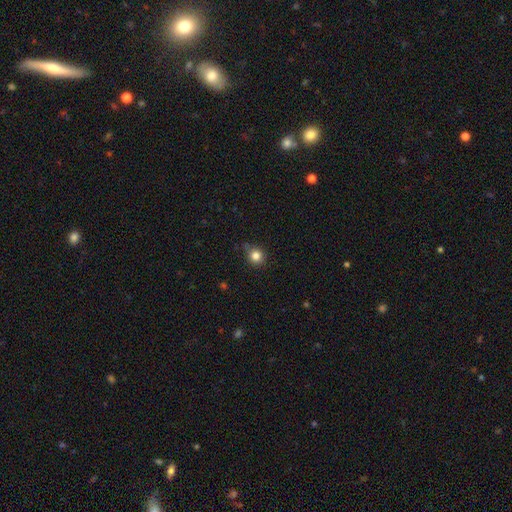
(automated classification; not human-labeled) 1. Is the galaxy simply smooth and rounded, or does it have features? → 82% smooth, 12% star or artifact, 6% featured or disk.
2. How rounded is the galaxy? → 89% round, 10% in between, 1% cigar-shaped.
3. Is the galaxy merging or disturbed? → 76% none, 18% minor disturbance, 3% major disturbance, 2% merger.